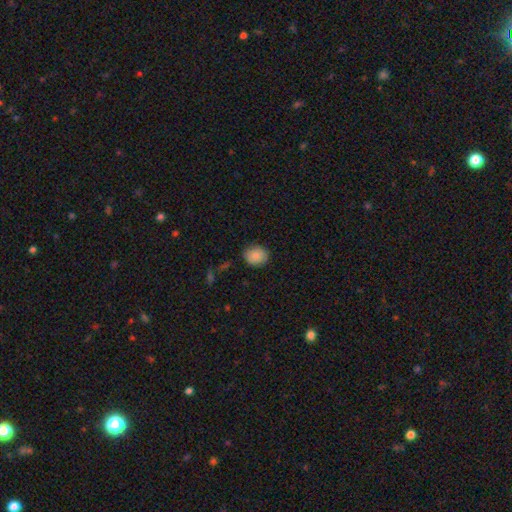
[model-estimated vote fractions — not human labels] Smooth or featured?
  - smooth: 86% *
  - star or artifact: 8%
  - featured or disk: 6%
How rounded?
  - round: 66% *
  - in between: 33%
  - cigar-shaped: 1%
Merging?
  - none: 83% *
  - minor disturbance: 13%
  - major disturbance: 3%
  - merger: 1%